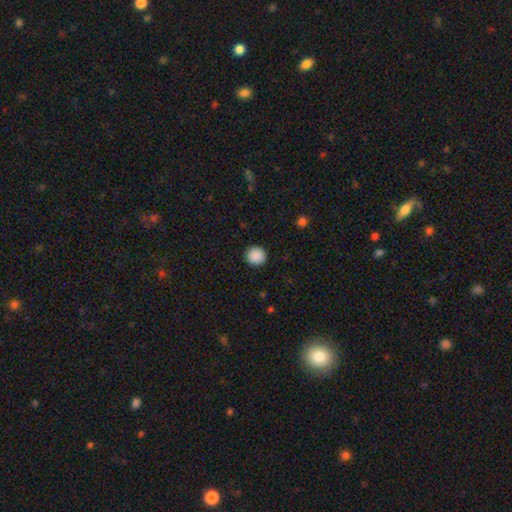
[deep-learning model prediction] Morphology: type=smooth (90%); roundness=round (92%); merging=none (92%).